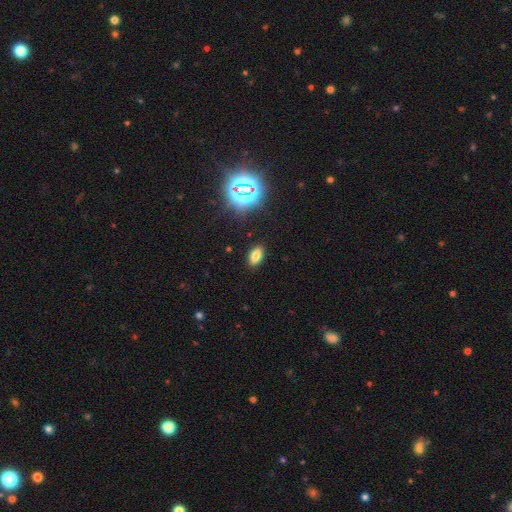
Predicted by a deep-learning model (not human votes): This appears to be a smooth galaxy with no disk features (75%) that is in between round and cigar-shaped (89%). Merging: none (88%).